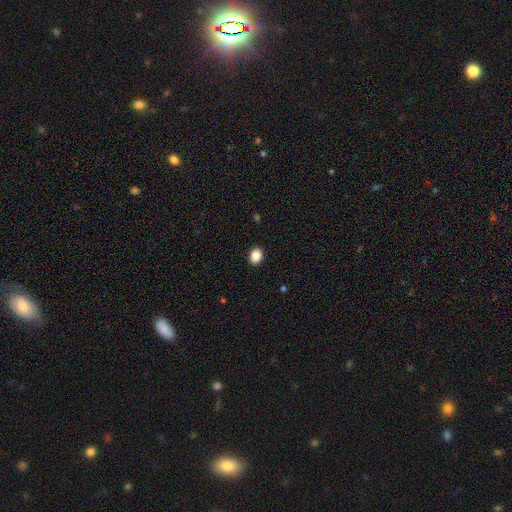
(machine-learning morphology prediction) smooth_or_featured: smooth (p=0.87) [alt: star or artifact p=0.09]
how_rounded: in between (p=0.64) [alt: round p=0.35]
merging: none (p=0.91) [alt: minor disturbance p=0.07]